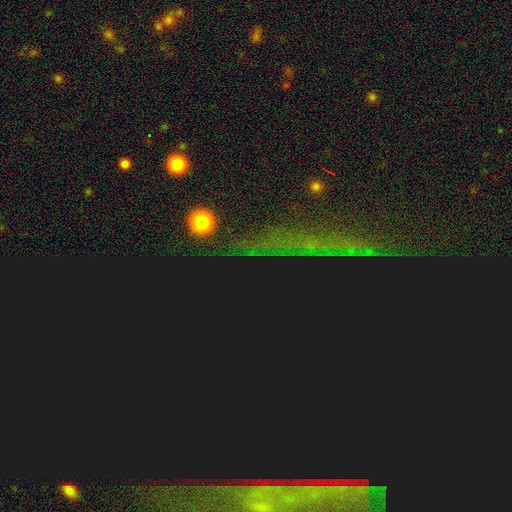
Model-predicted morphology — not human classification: smooth-or-featured: star or artifact: 75% | featured or disk: 13% | smooth: 13%